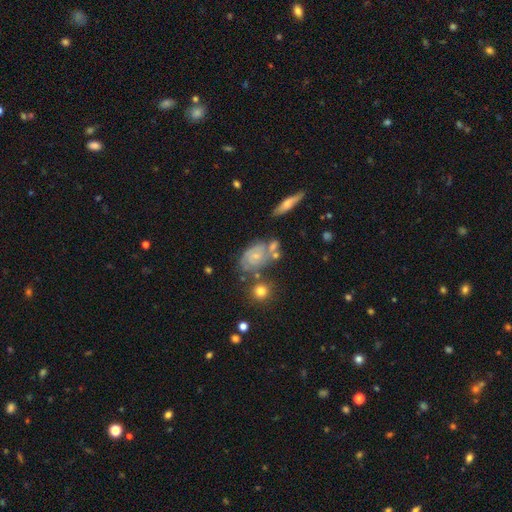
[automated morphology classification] Smooth or featured?
  - featured or disk: 62% *
  - smooth: 28%
  - star or artifact: 10%
Edge-on disk?
  - no: 93% *
  - yes: 7%
Bar?
  - no: 75% *
  - weak: 21%
  - strong: 4%
Spiral arms?
  - yes: 76% *
  - no: 24%
Bulge size?
  - small: 67% *
  - moderate: 22%
  - none: 7%
  - large: 2%
  - dominant: 1%
Merging?
  - none: 49% *
  - minor disturbance: 23%
  - merger: 17%
  - major disturbance: 11%